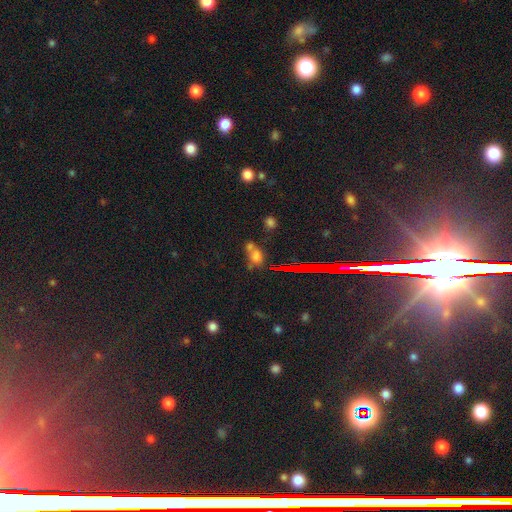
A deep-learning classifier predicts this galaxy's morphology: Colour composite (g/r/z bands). It shows a smooth galaxy with no disk features (57%) that is in between round and cigar-shaped (58%). Merging: none (43%).